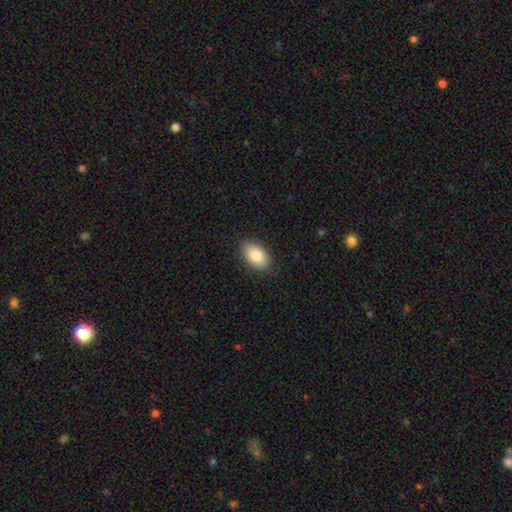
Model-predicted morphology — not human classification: This is clearly a smooth galaxy (83%). How rounded: clearly in between (93%). Merging: clearly none (87%).